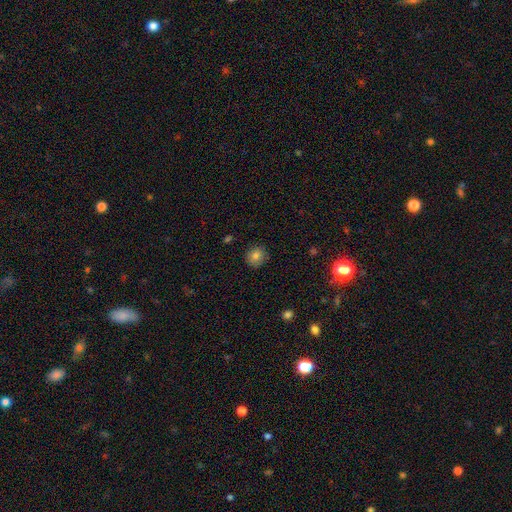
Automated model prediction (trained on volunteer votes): Overall: smooth (81%). How rounded: round (87%). Merging: none (86%).